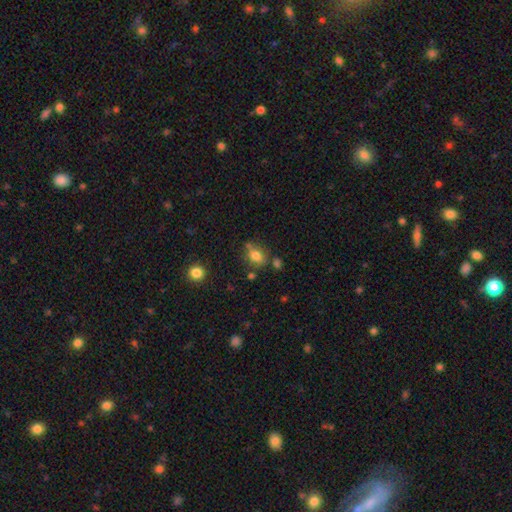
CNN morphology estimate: smooth_or_featured: smooth (p=0.77) [alt: star or artifact p=0.11]
how_rounded: in between (p=0.66) [alt: round p=0.31]
merging: none (p=0.65) [alt: minor disturbance p=0.18]